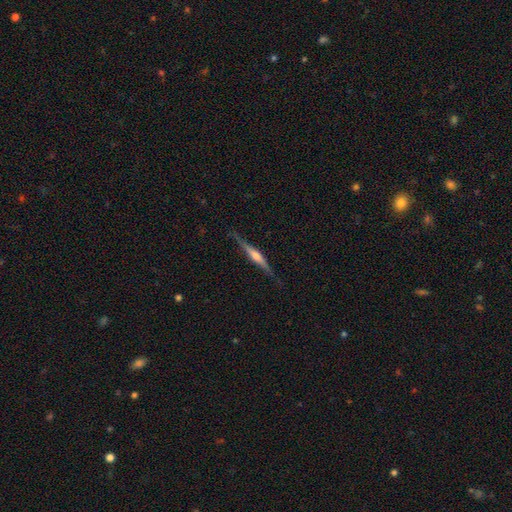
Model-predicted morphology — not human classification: This appears to be a featured or disk galaxy (71%) viewed edge-on (97%) with a rounded central bulge (72%). Merging: none (83%).